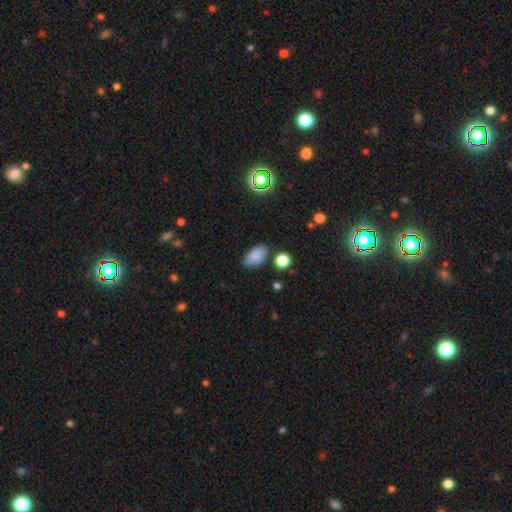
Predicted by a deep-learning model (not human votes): A smooth galaxy with no disk features (85%) that is in between round and cigar-shaped (93%).

Vote fractions:
- Smooth or featured? smooth: 85% / star or artifact: 9% / featured or disk: 6%
- How rounded? in between: 93% / round: 5% / cigar-shaped: 2%
- Merging? none: 79% / minor disturbance: 14% / merger: 4% / major disturbance: 3%